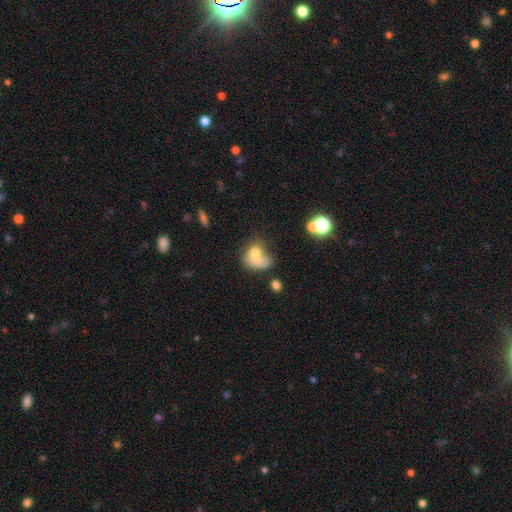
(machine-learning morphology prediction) Smooth or featured? smooth (66%)
How rounded? in between (60%)
Merging? merger (44%)